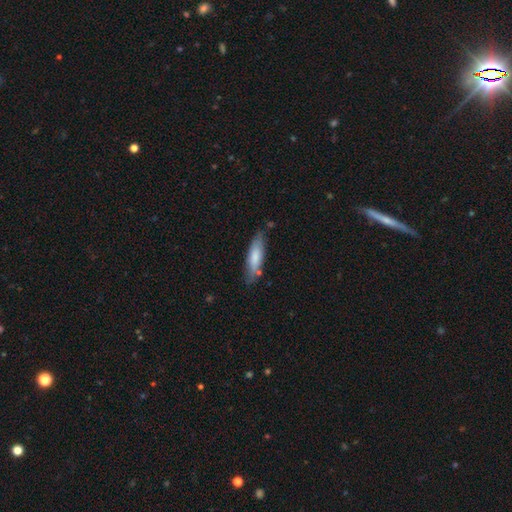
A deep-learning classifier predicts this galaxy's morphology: type=smooth (71%); roundness=cigar-shaped (63%); merging=none (75%).